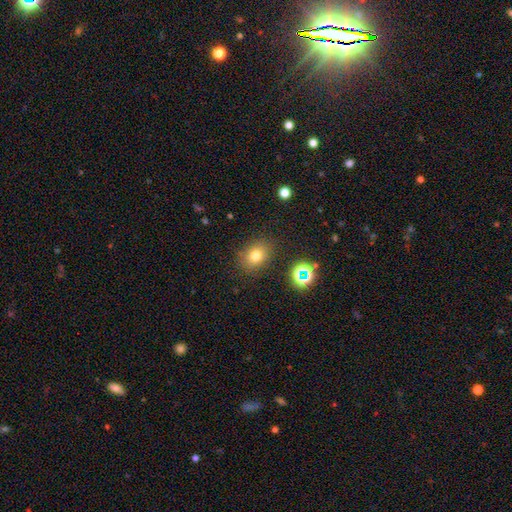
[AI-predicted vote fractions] Smooth or featured? Predicted: smooth (p=0.74). How rounded? Predicted: in between (p=0.52). Merging? Predicted: none (p=0.83).